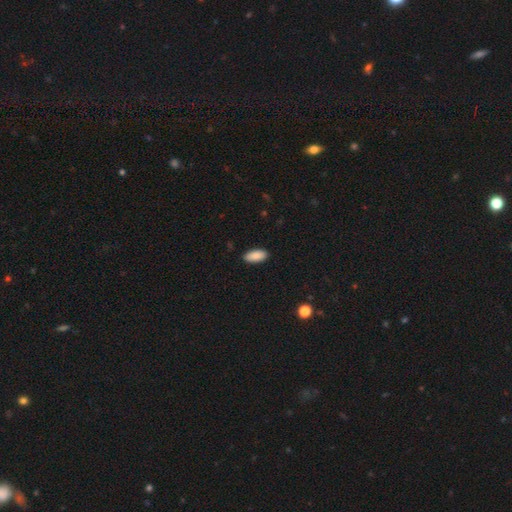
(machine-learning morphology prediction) Q: Smooth or featured?
A: smooth (89%); runner-up: star or artifact (6%)
Q: How rounded?
A: in between (90%); runner-up: cigar-shaped (8%)
Q: Merging?
A: none (89%); runner-up: minor disturbance (8%)